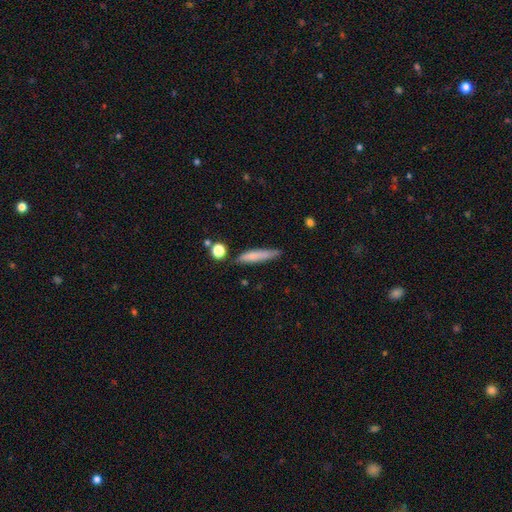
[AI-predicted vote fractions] The model was most divided on "smooth or featured": smooth: 74%, featured or disk: 18%, star or artifact: 7%. More confident: how rounded — cigar-shaped (89%); merging — none (74%).